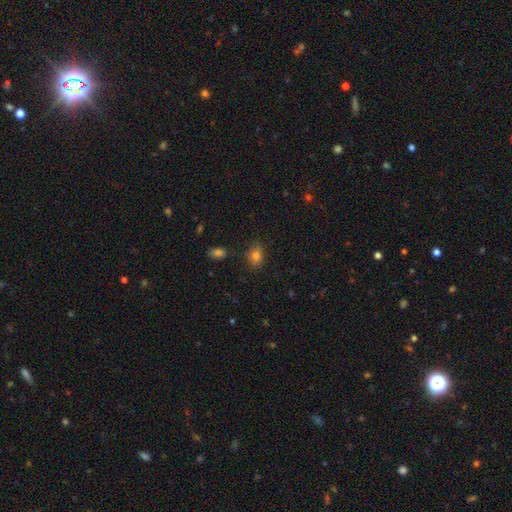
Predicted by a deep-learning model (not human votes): Morphology: type=smooth (81%); roundness=in between (62%); merging=none (82%).